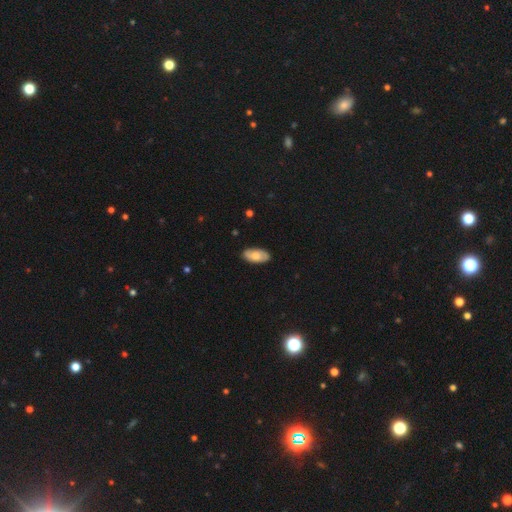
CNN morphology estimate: smooth-or-featured: smooth: 71% | featured or disk: 23% | star or artifact: 6%
  how-rounded: in between: 93% | cigar-shaped: 5% | round: 2%
  merging: none: 86% | minor disturbance: 11% | major disturbance: 2% | merger: 1%